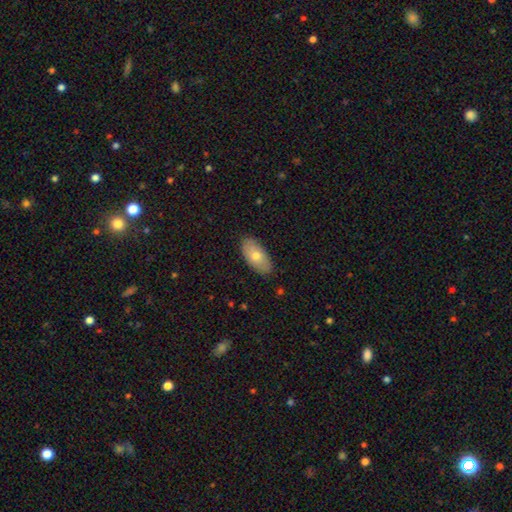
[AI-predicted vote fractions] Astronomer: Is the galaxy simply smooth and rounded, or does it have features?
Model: smooth — 69%.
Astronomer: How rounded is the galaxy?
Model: in between — 93%.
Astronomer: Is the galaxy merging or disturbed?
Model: none — 86%.